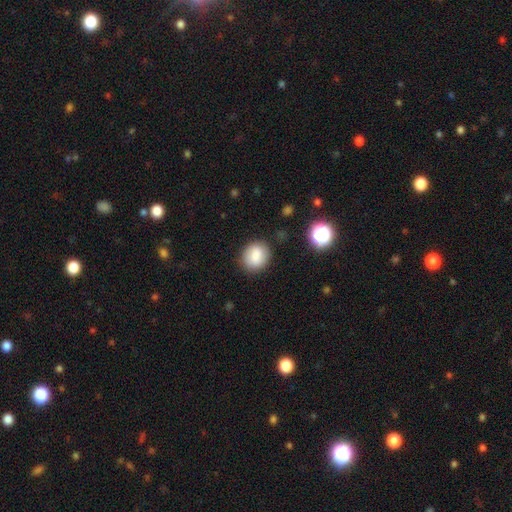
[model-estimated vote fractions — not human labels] smooth-or-featured: smooth: 83% | star or artifact: 9% | featured or disk: 8%
  how-rounded: round: 72% | in between: 27% | cigar-shaped: 1%
  merging: none: 85% | minor disturbance: 10% | major disturbance: 3% | merger: 2%